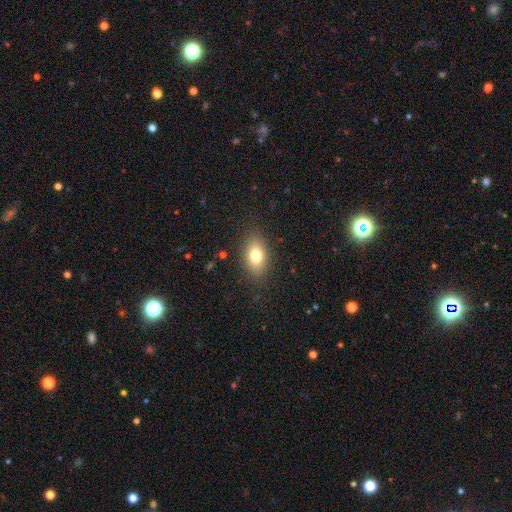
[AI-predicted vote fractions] Smooth or featured?
  - smooth: 77% *
  - featured or disk: 14%
  - star or artifact: 10%
How rounded?
  - in between: 85% *
  - round: 12%
  - cigar-shaped: 3%
Merging?
  - none: 85% *
  - minor disturbance: 10%
  - major disturbance: 4%
  - merger: 1%